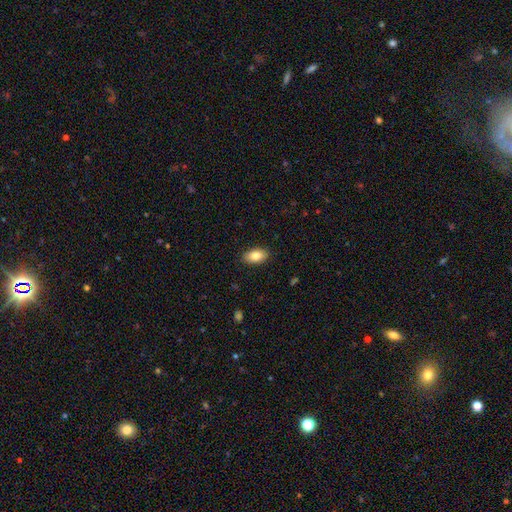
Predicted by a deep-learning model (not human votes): The model was most divided on "smooth or featured": smooth: 84%, featured or disk: 9%, star or artifact: 7%. More confident: how rounded — in between (93%); merging — none (88%).